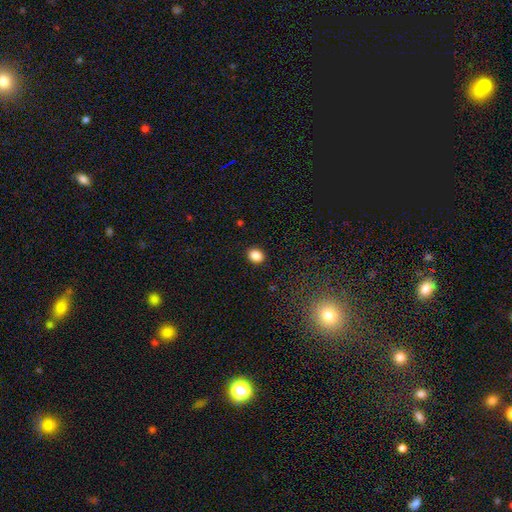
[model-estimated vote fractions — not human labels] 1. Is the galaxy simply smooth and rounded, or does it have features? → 87% smooth, 10% star or artifact, 3% featured or disk.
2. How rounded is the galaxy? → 54% round, 45% in between, 1% cigar-shaped.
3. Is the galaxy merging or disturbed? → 91% none, 6% minor disturbance, 2% major disturbance, 1% merger.